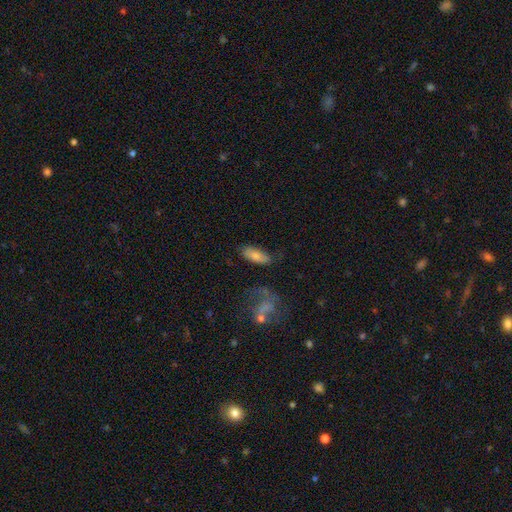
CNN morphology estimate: This appears to be a smooth galaxy with no disk features (73%) that is in between round and cigar-shaped (81%). Merging: none (64%).